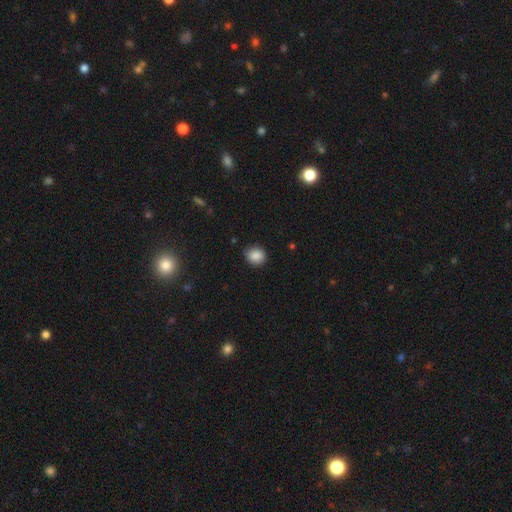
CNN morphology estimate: A smooth galaxy with no disk features (87%) that is round (79%). Merging: none (84%).